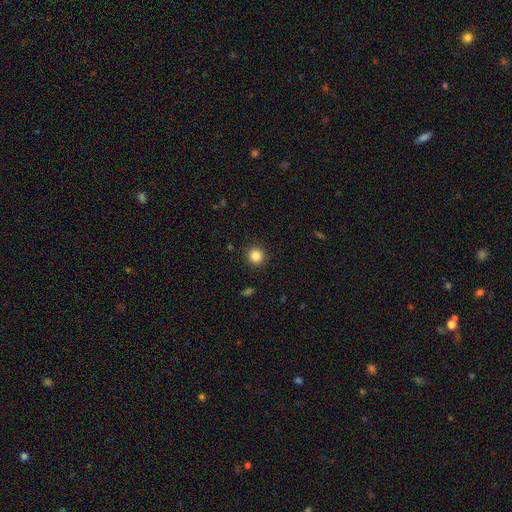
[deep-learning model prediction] Smooth or featured?
  - smooth: 85% *
  - star or artifact: 11%
  - featured or disk: 4%
How rounded?
  - round: 94% *
  - in between: 5%
  - cigar-shaped: 1%
Merging?
  - none: 91% *
  - minor disturbance: 6%
  - major disturbance: 2%
  - merger: 1%